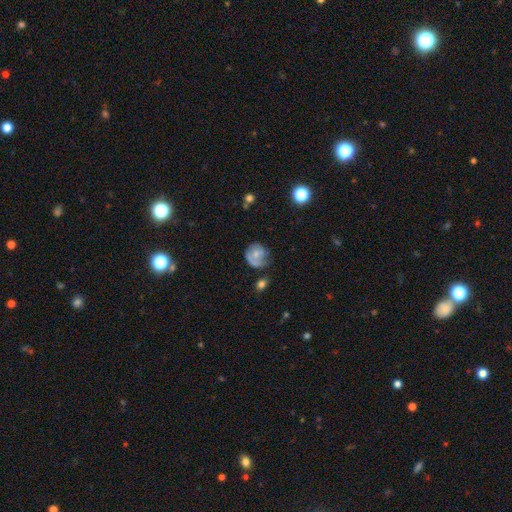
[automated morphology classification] A smooth galaxy with no disk features (47%). Merging: none (48%).